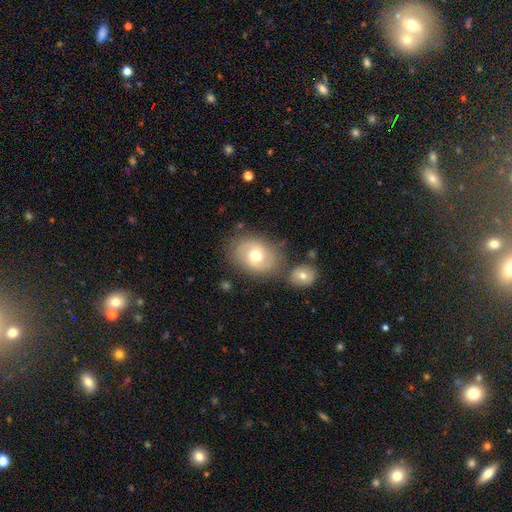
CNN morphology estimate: smooth-or-featured: smooth: 52% | featured or disk: 39% | star or artifact: 8%
  how-rounded: in between: 55% | round: 45% | cigar-shaped: 1%
  merging: none: 66% | minor disturbance: 16% | merger: 12% | major disturbance: 6%